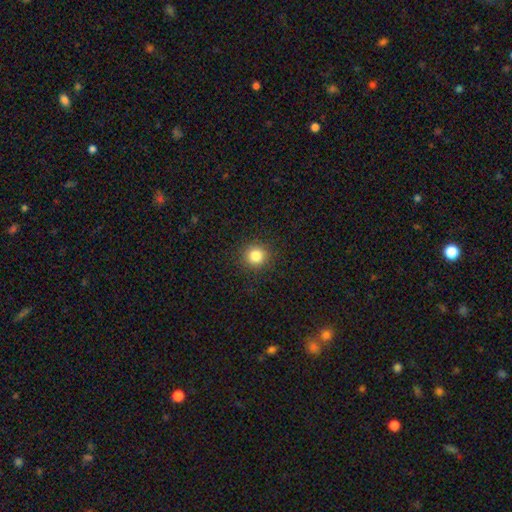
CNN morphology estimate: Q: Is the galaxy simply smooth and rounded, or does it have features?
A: smooth — 84%.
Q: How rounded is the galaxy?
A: round — 93%.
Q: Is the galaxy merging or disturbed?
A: none — 91%.